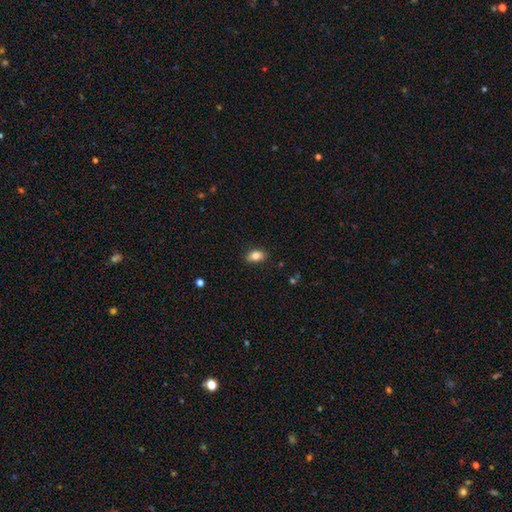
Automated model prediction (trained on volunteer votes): Overall: smooth (82%). How rounded: in between (85%). Merging: none (86%).